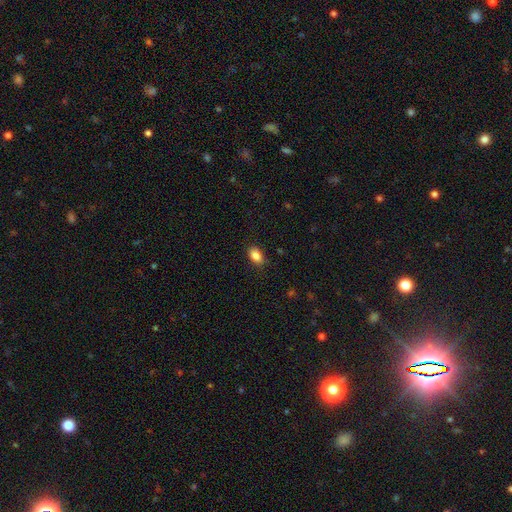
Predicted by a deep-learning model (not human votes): smooth 86%, star or artifact 9%, featured or disk 5%. Down the decision tree: how rounded — in between (88%); merging — none (86%).